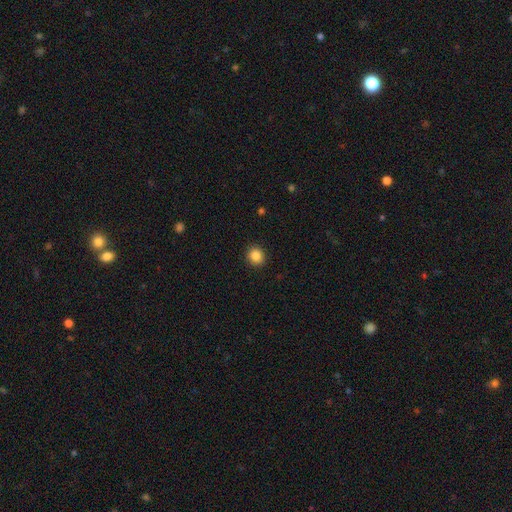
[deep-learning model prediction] Smooth or featured?
  - smooth: 86% *
  - star or artifact: 10%
  - featured or disk: 4%
How rounded?
  - round: 82% *
  - in between: 17%
  - cigar-shaped: 1%
Merging?
  - none: 92% *
  - minor disturbance: 5%
  - major disturbance: 2%
  - merger: 1%